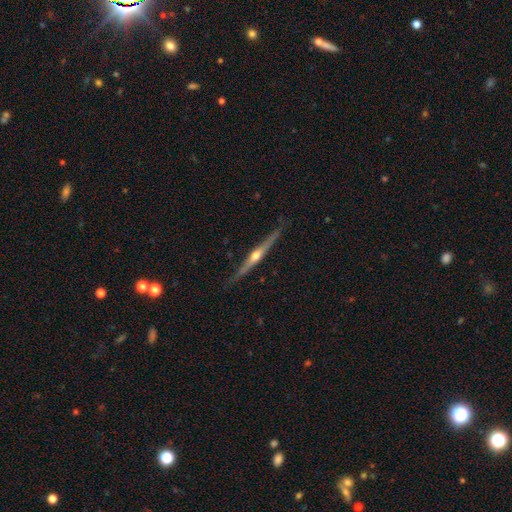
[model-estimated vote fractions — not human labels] Smooth or featured? featured or disk (76%)
Edge-on disk? yes (98%)
Edge-on bulge? rounded (89%)
Merging? none (83%)